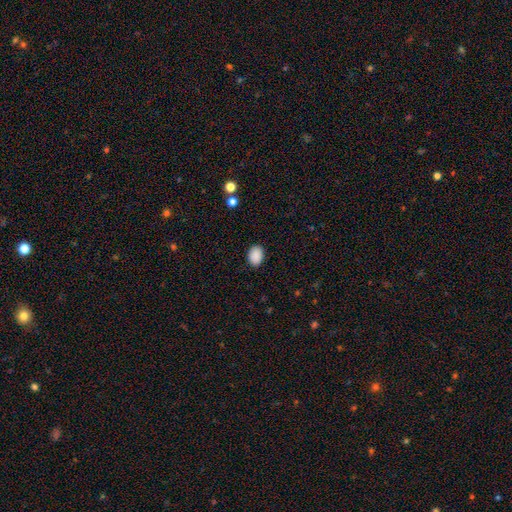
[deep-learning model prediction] The model was most divided on "how rounded": in between: 76%, round: 23%, cigar-shaped: 1%. More confident: smooth or featured — smooth (89%); merging — none (88%).